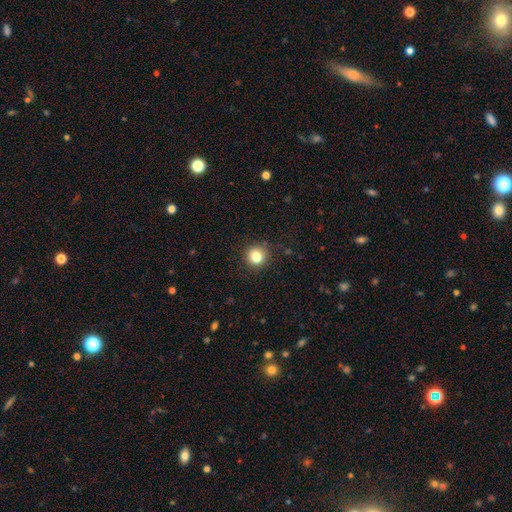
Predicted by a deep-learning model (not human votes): A smooth galaxy with no disk features (81%) that is round (84%). Merging: none (85%).